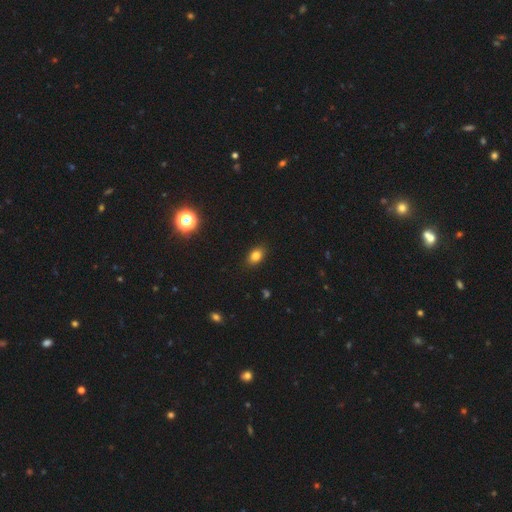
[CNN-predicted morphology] smooth 82%, star or artifact 11%, featured or disk 7%. Down the decision tree: how rounded — in between (78%); merging — none (88%).